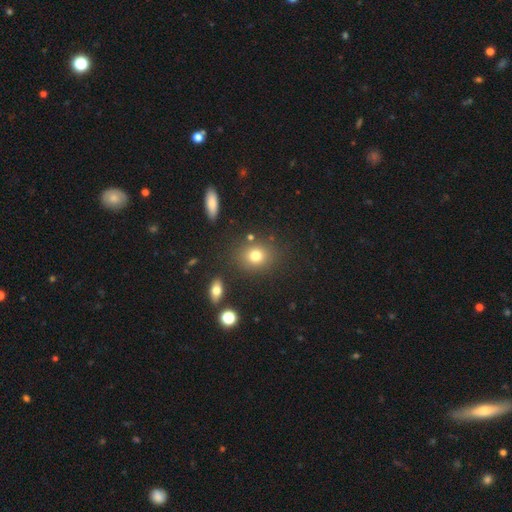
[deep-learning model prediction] Smooth or featured?
  - smooth: 77% *
  - star or artifact: 14%
  - featured or disk: 9%
How rounded?
  - round: 64% *
  - in between: 34%
  - cigar-shaped: 1%
Merging?
  - none: 81% *
  - minor disturbance: 10%
  - merger: 5%
  - major disturbance: 4%